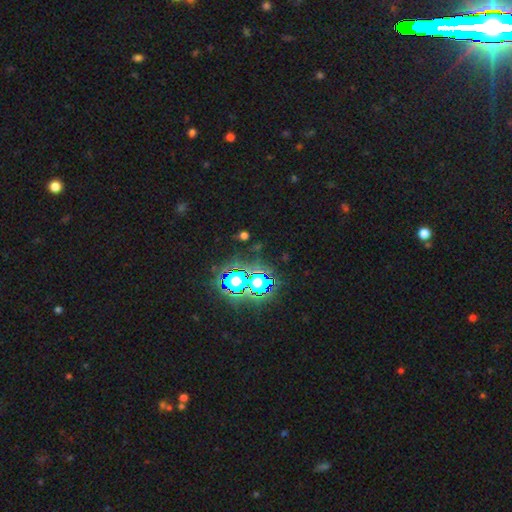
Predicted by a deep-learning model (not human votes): This is likely a star or artifact rather than a galaxy (79%).